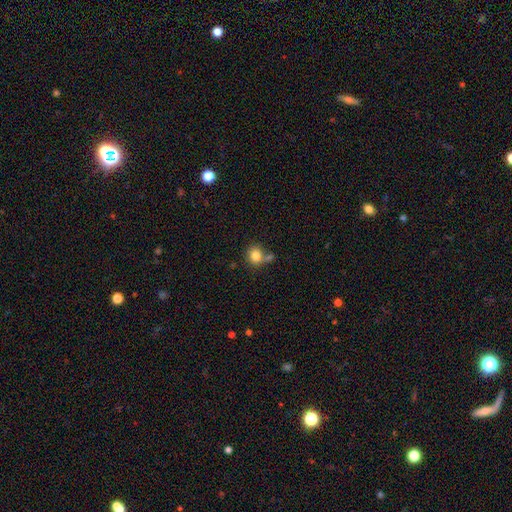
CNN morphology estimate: Smooth or featured? smooth (82%)
How rounded? round (82%)
Merging? none (60%)